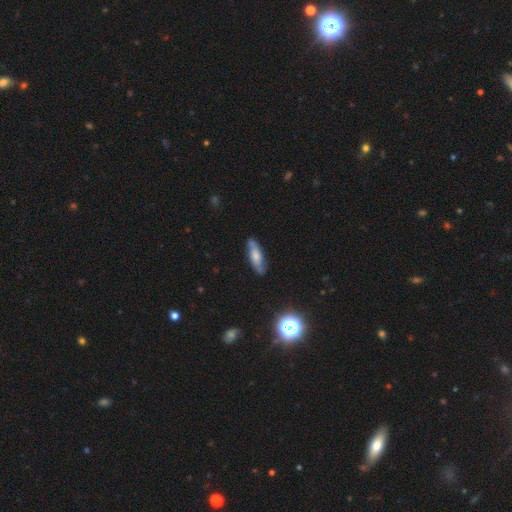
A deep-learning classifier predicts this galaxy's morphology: Smooth or featured? smooth (47%)
Merging? none (78%)